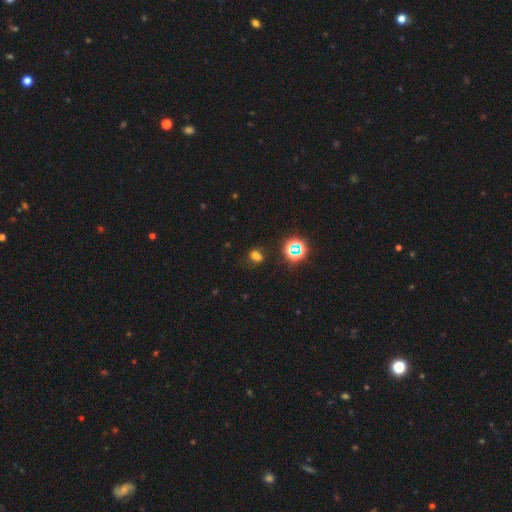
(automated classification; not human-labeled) Smooth or featured: smooth — 59% (star or artifact — 32%)
How rounded: in between — 54% (round — 43%)
Merging: none — 59% (merger — 17%)